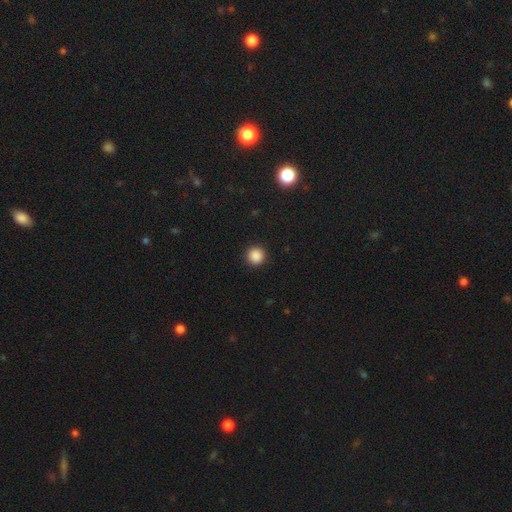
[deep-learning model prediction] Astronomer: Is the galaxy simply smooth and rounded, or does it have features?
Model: smooth — 87%.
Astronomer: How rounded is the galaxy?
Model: round — 95%.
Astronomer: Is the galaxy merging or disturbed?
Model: none — 92%.